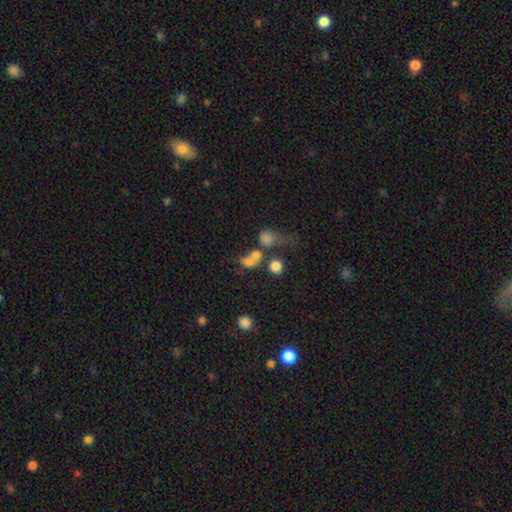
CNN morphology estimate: smooth-or-featured: smooth: 68% | featured or disk: 17% | star or artifact: 15%
  how-rounded: round: 60% | in between: 38% | cigar-shaped: 2%
  merging: merger: 52% | none: 24% | major disturbance: 13% | minor disturbance: 10%